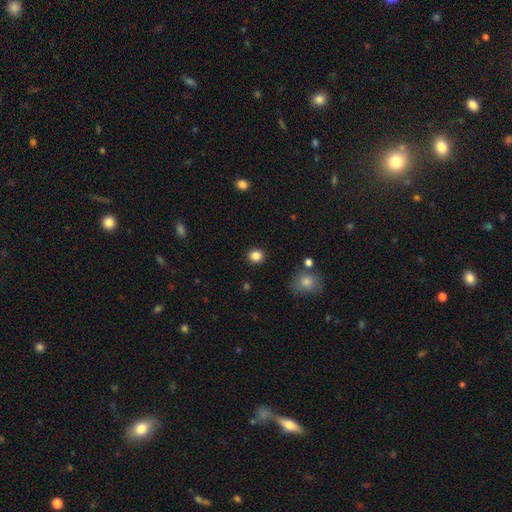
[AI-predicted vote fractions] A smooth galaxy with no disk features (85%) that is round (81%). Merging: none (90%).